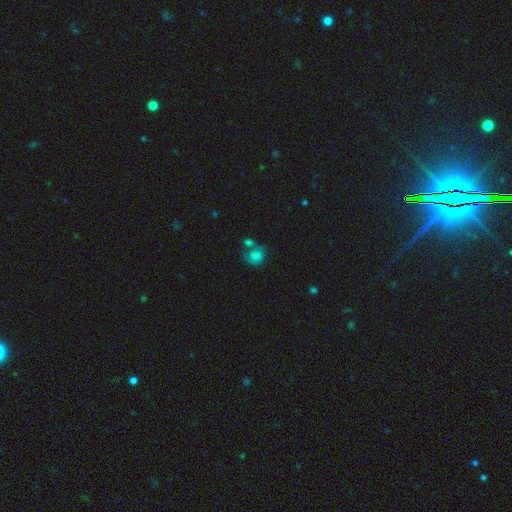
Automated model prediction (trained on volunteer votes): Morphology: type=smooth (71%); roundness=round (57%); merging=merger (34%).